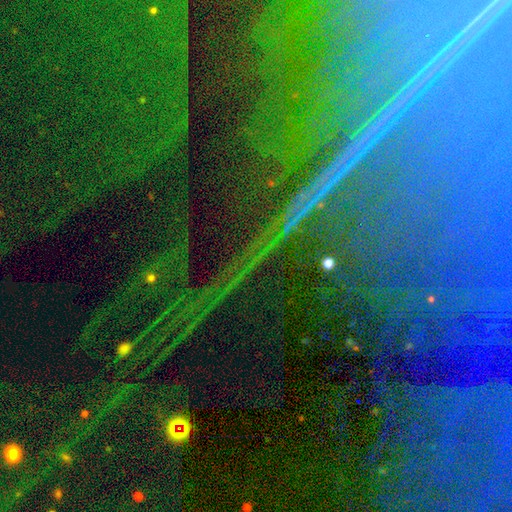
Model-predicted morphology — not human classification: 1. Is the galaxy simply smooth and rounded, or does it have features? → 81% star or artifact, 12% featured or disk, 7% smooth.